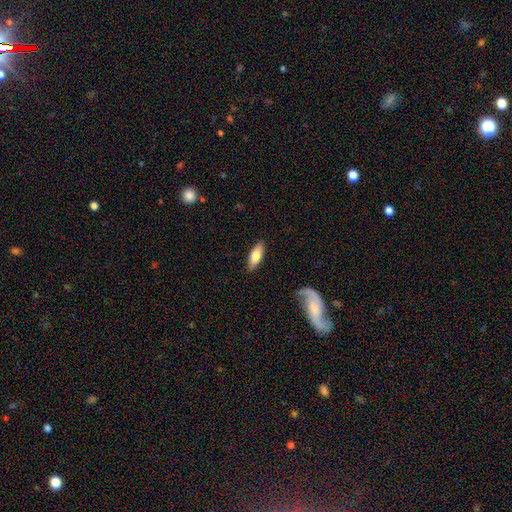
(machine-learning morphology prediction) Smooth or featured? smooth (66%)
How rounded? in between (67%)
Merging? none (86%)